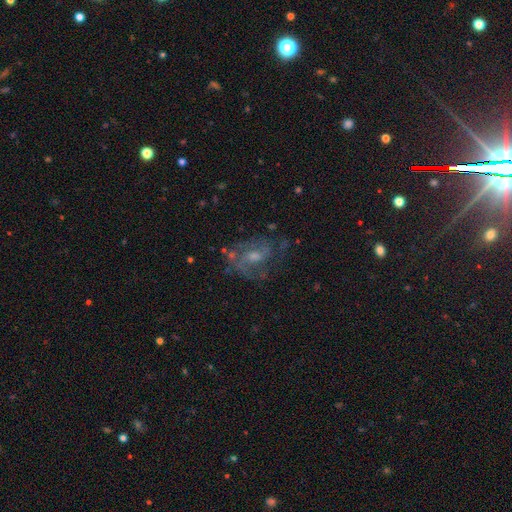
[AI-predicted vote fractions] Overall: featured or disk (73%). Edge-on disk: no (96%). Bar: no (48%; weak 43%). Spiral arms: yes (80%). Spiral arm count: 2 (49%; can't tell 28%). Spiral winding: medium (49%; tight 27%). Bulge size: moderate (51%; small 35%). Merging: none (59%; minor disturbance 20%).